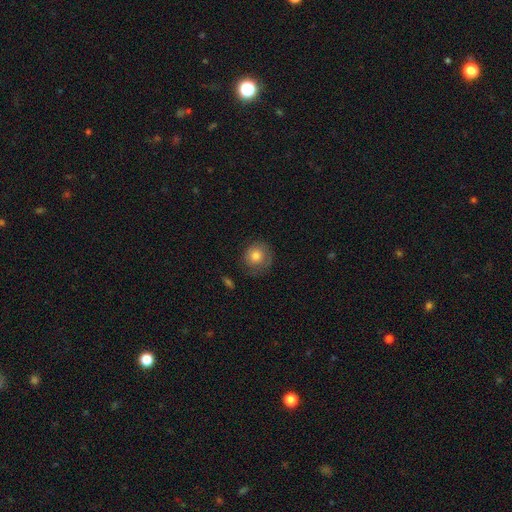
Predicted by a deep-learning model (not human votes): Smooth or featured? smooth (71%)
How rounded? round (90%)
Merging? none (72%)